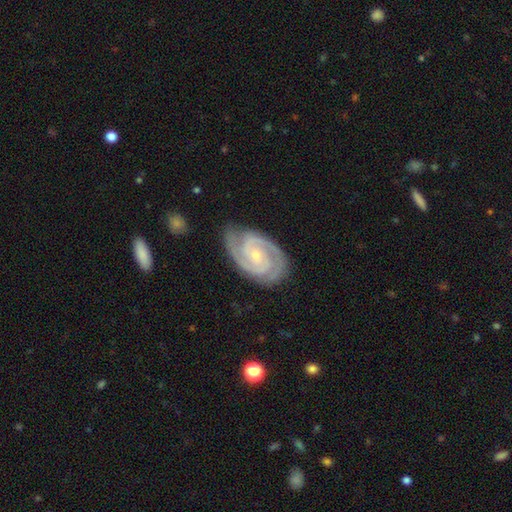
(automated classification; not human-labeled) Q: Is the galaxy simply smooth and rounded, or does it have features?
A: featured or disk — 92%.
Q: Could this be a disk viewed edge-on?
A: no — 98%.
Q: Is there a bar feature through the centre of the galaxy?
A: no — 56%.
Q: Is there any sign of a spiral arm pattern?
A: yes — 99%.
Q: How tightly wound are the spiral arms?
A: tight — 68%.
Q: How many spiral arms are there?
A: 2 — 76%.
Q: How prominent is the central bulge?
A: small — 75%.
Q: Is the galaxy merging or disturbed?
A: none — 79%.